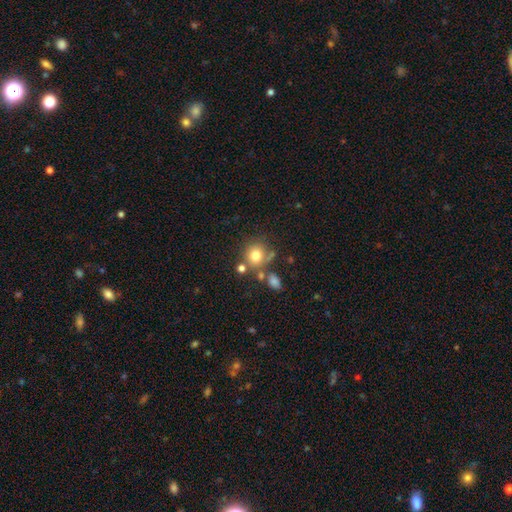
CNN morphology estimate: type=smooth (76%); roundness=round (85%); merging=none (63%).